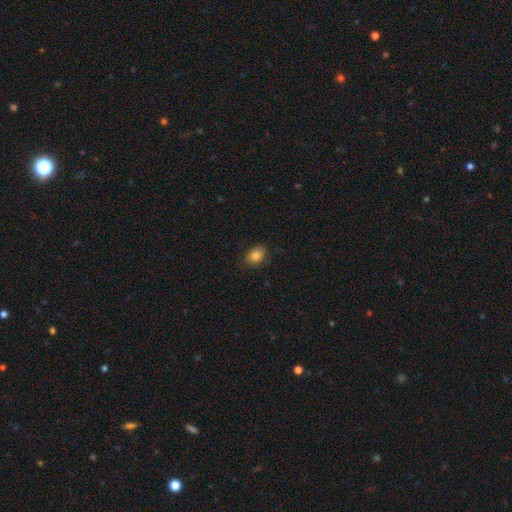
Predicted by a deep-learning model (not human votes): This appears to be a smooth galaxy with no disk features (84%) that is in between round and cigar-shaped (72%). Merging: none (82%).